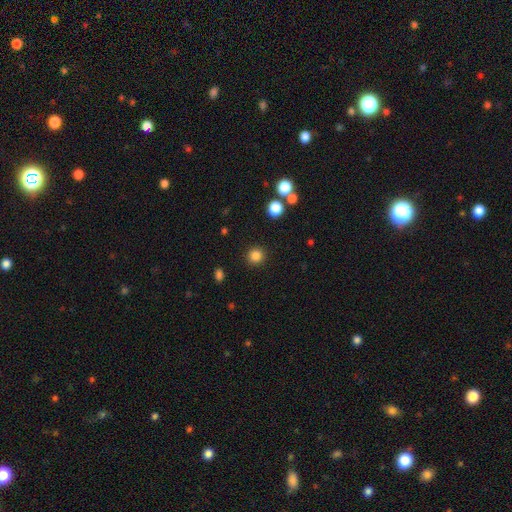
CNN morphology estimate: Smooth or featured: smooth — 84% (star or artifact — 12%)
How rounded: round — 93% (in between — 6%)
Merging: none — 91% (minor disturbance — 5%)